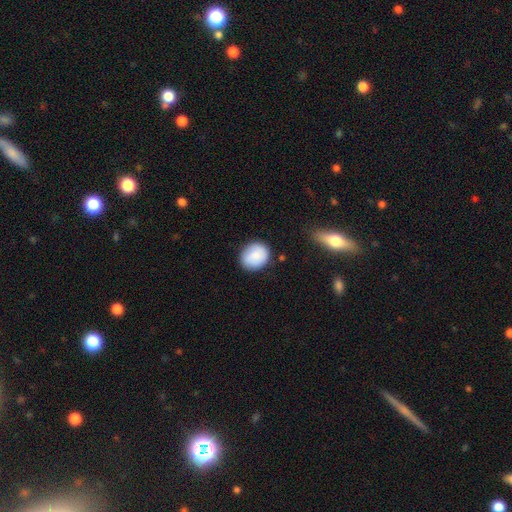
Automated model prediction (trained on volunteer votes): This appears to be a smooth galaxy with no disk features (85%) that is round (72%). Merging: none (82%).